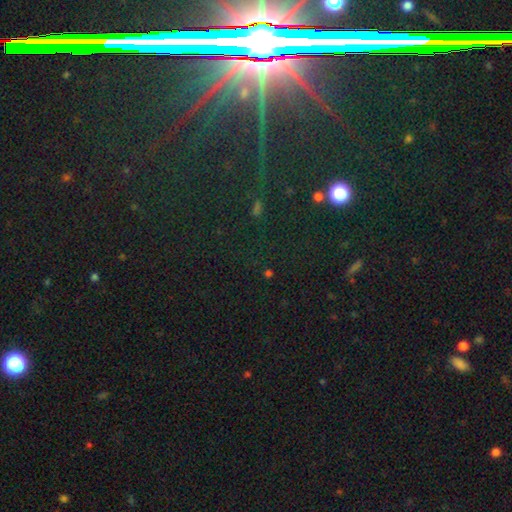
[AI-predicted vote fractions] star or artifact 80%, featured or disk 10%, smooth 9%.